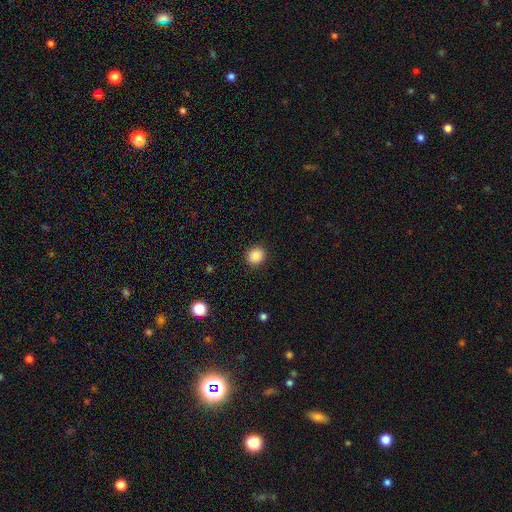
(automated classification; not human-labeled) This appears to be a smooth galaxy with no disk features (87%) that is round (79%). Merging: none (91%).